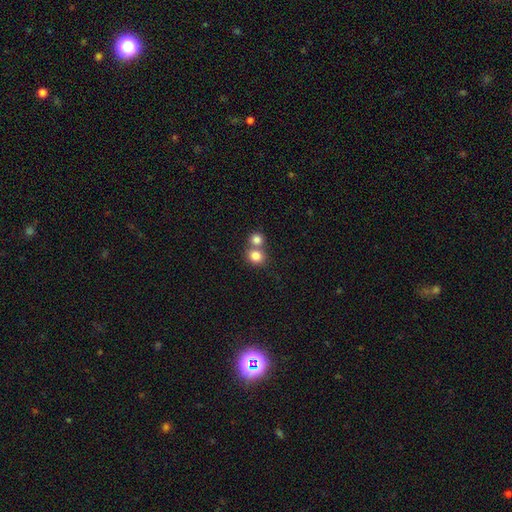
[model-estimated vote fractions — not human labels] smooth 82%, star or artifact 10%, featured or disk 8%. Down the decision tree: how rounded — round (75%); merging — merger (49%).